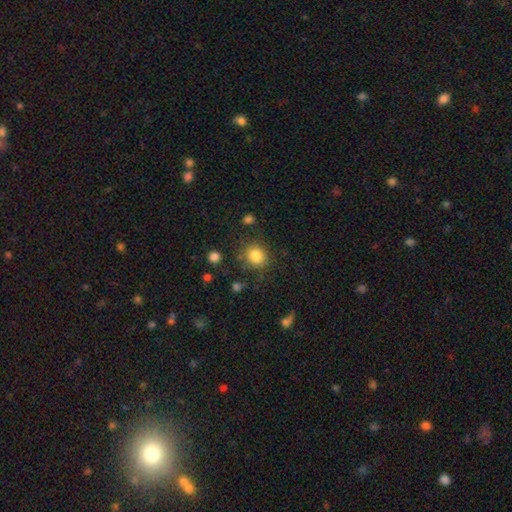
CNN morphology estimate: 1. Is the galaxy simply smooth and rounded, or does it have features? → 83% smooth, 11% star or artifact, 6% featured or disk.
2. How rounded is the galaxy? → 77% round, 23% in between, 1% cigar-shaped.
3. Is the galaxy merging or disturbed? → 82% none, 11% minor disturbance, 4% major disturbance, 3% merger.